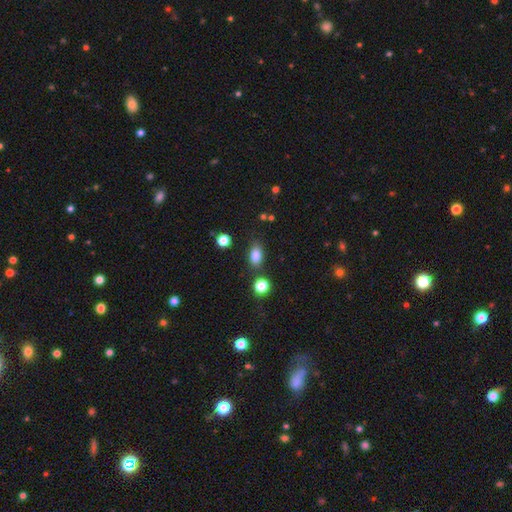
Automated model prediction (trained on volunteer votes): Smooth or featured?
  - smooth: 83% *
  - star or artifact: 11%
  - featured or disk: 6%
How rounded?
  - in between: 82% *
  - round: 15%
  - cigar-shaped: 3%
Merging?
  - none: 77% *
  - minor disturbance: 13%
  - merger: 6%
  - major disturbance: 4%